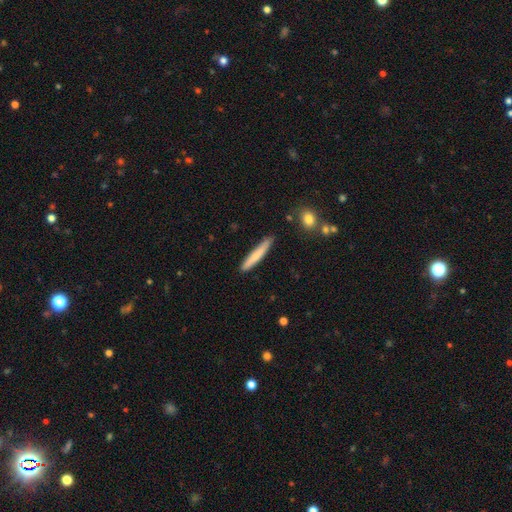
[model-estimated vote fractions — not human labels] A smooth galaxy with no disk features (70%) that is cigar-shaped (94%).

Vote fractions:
- Smooth or featured? smooth: 70% / featured or disk: 24% / star or artifact: 5%
- How rounded? cigar-shaped: 94% / in between: 4% / round: 1%
- Merging? none: 86% / minor disturbance: 10% / major disturbance: 2% / merger: 2%